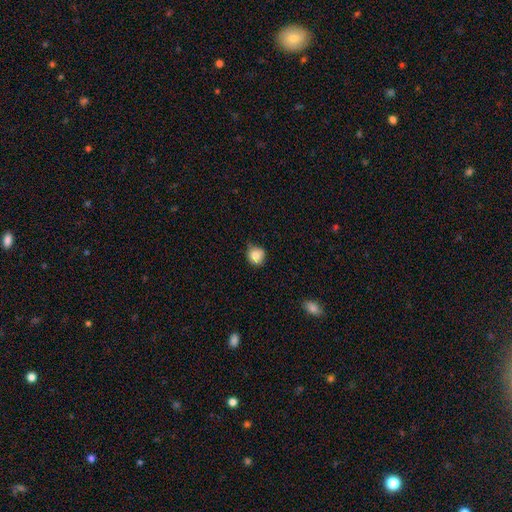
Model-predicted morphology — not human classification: Smooth or featured: smooth — 82% (star or artifact — 10%)
How rounded: round — 86% (in between — 13%)
Merging: none — 68% (minor disturbance — 26%)